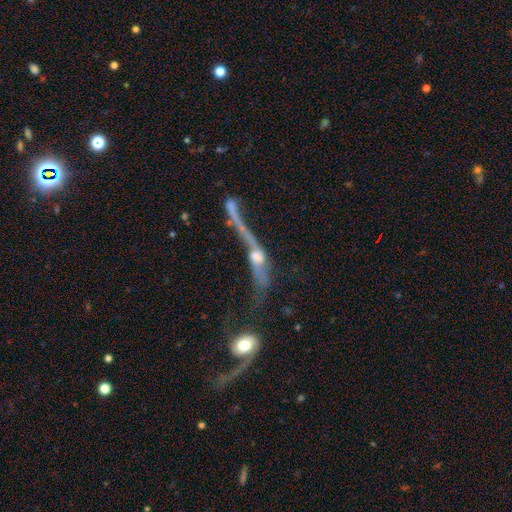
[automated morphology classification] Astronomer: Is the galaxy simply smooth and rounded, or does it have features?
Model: featured or disk — 68%.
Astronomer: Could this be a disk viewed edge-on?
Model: yes — 55% (runner-up: no, 45%).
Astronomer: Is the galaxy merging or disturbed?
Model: merger — 40% (runner-up: major disturbance, 27%).